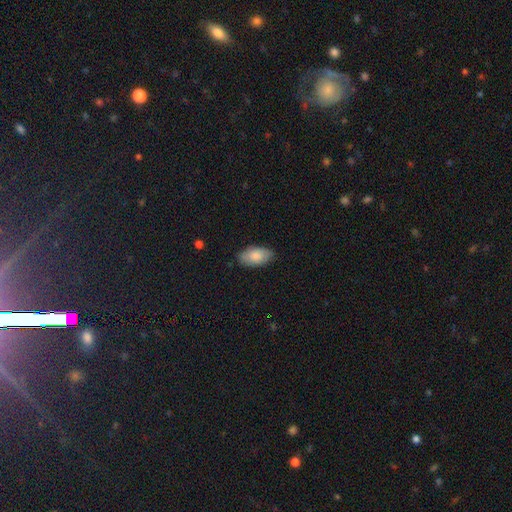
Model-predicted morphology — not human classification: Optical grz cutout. It shows a smooth galaxy with no disk features (82%) that is in between round and cigar-shaped (94%). Merging: none (82%).